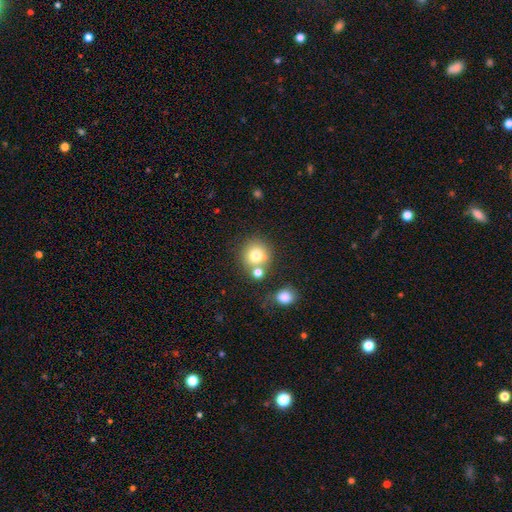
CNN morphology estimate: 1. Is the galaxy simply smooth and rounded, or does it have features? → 76% smooth, 12% star or artifact, 12% featured or disk.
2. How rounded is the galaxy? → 89% round, 10% in between, 1% cigar-shaped.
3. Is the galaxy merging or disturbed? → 65% none, 22% merger, 10% minor disturbance, 4% major disturbance.